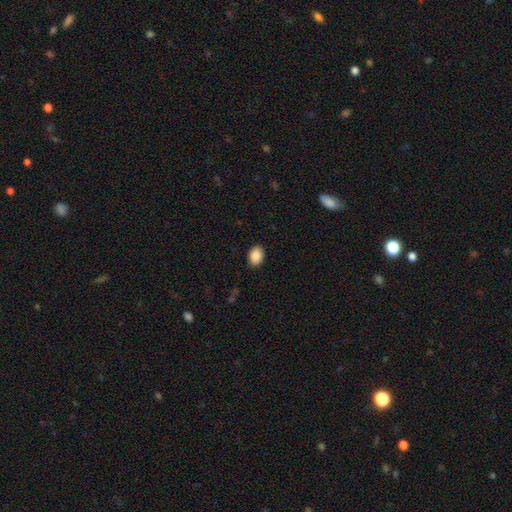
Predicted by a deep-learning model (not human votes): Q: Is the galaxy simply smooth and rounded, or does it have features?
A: smooth — 89%.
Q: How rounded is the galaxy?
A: in between — 78%.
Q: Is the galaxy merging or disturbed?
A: none — 89%.